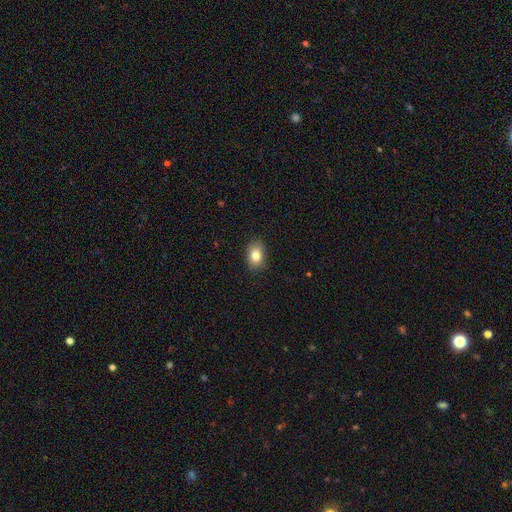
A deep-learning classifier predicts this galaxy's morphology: A smooth galaxy with no disk features (81%) that is in between round and cigar-shaped (76%). Merging: none (87%).